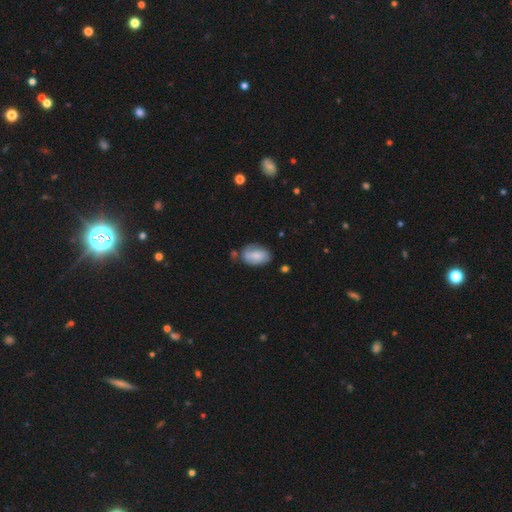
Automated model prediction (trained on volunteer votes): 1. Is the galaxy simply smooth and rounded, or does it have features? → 68% smooth, 25% featured or disk, 7% star or artifact.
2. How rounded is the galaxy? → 89% in between, 9% round, 2% cigar-shaped.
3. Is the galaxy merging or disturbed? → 56% none, 29% minor disturbance, 8% major disturbance, 8% merger.